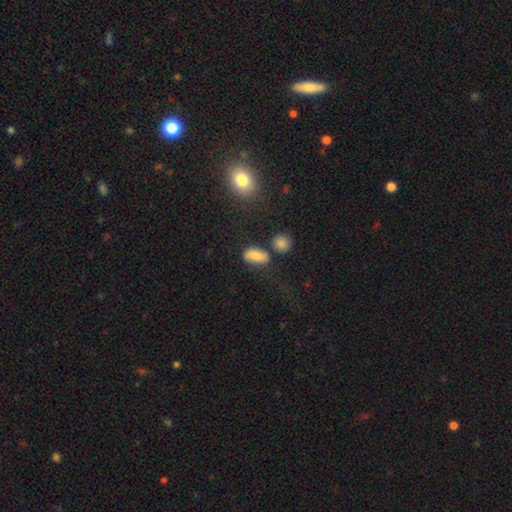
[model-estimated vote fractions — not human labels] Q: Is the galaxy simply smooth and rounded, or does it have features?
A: smooth — 79%.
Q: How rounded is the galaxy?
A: in between — 84%.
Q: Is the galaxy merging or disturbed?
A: none — 68%.